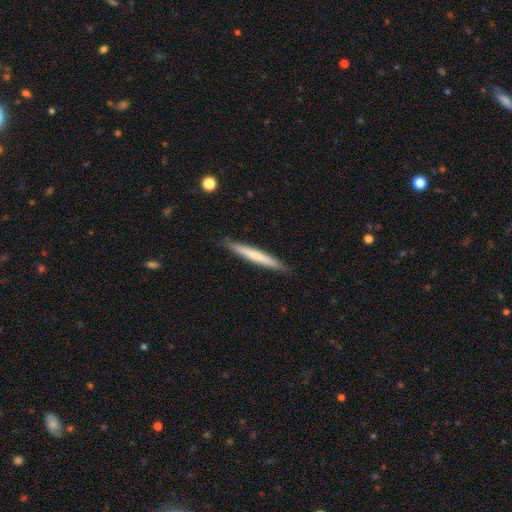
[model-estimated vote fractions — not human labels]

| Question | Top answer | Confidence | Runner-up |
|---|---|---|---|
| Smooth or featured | smooth | 61% | featured or disk (34%) |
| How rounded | cigar-shaped | 97% | in between (2%) |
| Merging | none | 91% | minor disturbance (7%) |